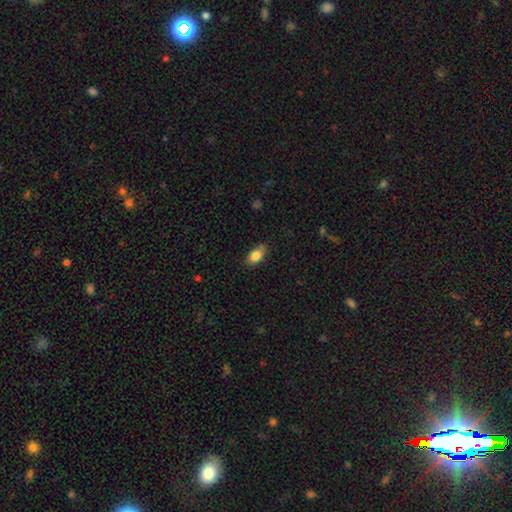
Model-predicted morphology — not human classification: This appears to be a smooth galaxy with no disk features (84%) that is in between round and cigar-shaped (89%). Merging: none (75%).